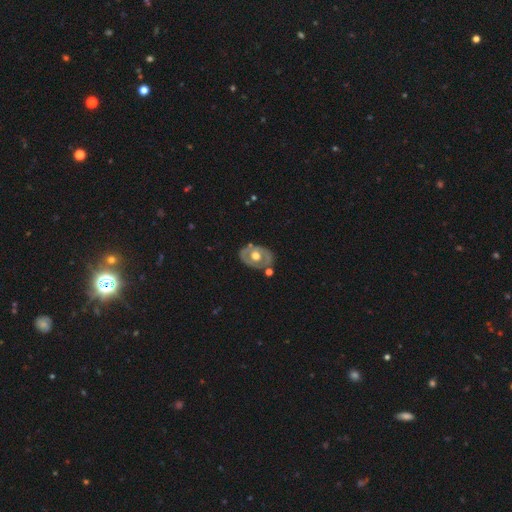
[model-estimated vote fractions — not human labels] The model was most divided on "smooth or featured": featured or disk: 63%, smooth: 32%, star or artifact: 5%. More confident: edge-on disk — no (92%); bar — no (84%); spiral arms — no (77%); merging — none (72%); bulge size — moderate (70%).